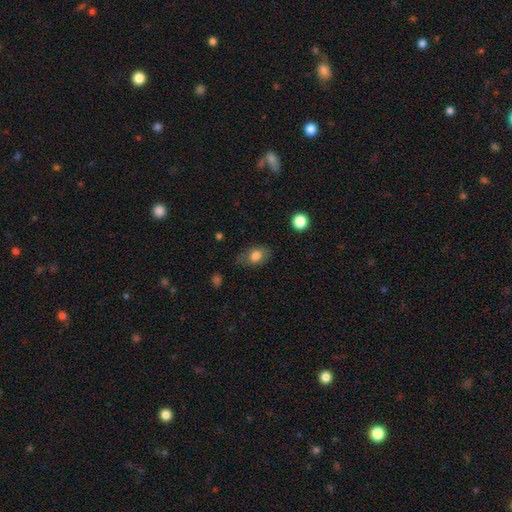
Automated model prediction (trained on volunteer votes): Morphology: type=smooth (75%); roundness=in between (82%); merging=none (68%).